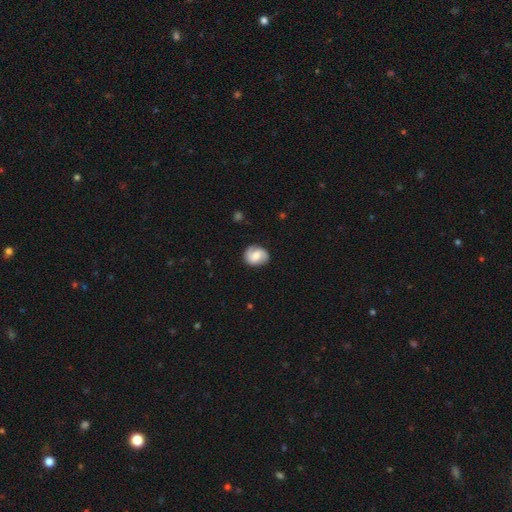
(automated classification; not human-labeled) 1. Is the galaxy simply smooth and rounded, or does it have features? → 62% featured or disk, 31% smooth, 7% star or artifact.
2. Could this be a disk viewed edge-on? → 98% no, 2% yes.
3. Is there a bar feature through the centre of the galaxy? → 46% weak, 42% no, 12% strong.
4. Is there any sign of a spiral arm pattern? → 93% yes, 7% no.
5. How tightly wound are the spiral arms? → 44% medium, 31% loose, 25% tight.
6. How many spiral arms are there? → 87% 2, 6% can't tell, 4% 1, 2% 3, 1% 4, 1% more than 4.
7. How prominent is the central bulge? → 49% moderate, 28% small, 11% large, 9% none, 2% dominant.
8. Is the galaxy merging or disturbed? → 80% none, 15% minor disturbance, 4% major disturbance, 1% merger.